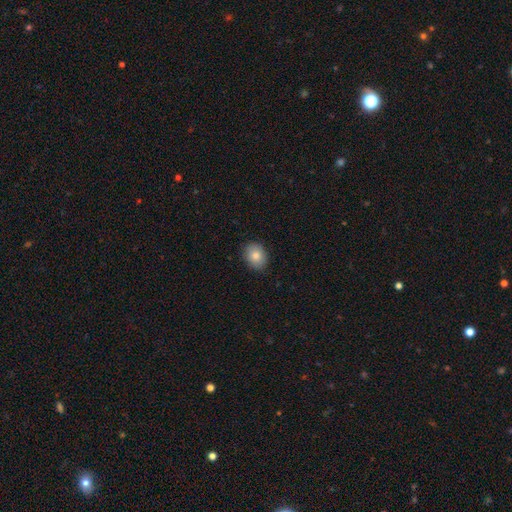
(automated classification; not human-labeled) Q: Smooth or featured?
A: smooth (82%); runner-up: featured or disk (9%)
Q: How rounded?
A: in between (54%); runner-up: round (45%)
Q: Merging?
A: none (88%); runner-up: minor disturbance (9%)